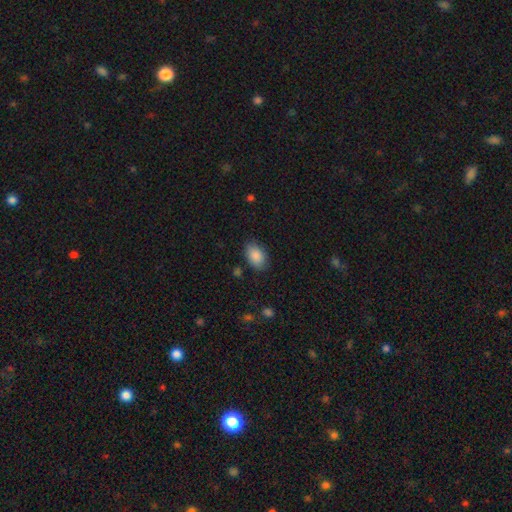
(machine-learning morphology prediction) smooth-or-featured: smooth: 88% | star or artifact: 7% | featured or disk: 5%
  how-rounded: in between: 86% | round: 13% | cigar-shaped: 1%
  merging: none: 82% | minor disturbance: 14% | major disturbance: 3% | merger: 1%